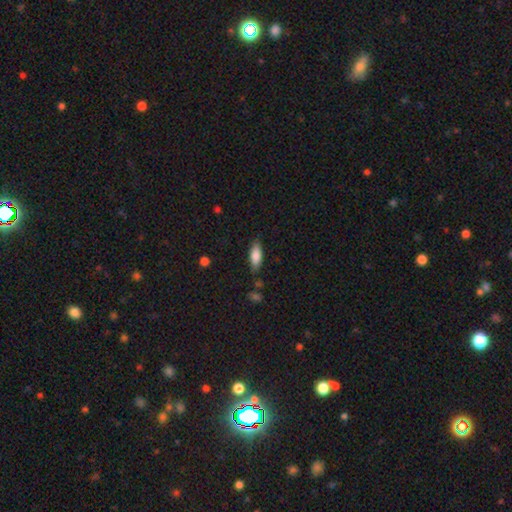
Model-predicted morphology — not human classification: Q: Smooth or featured?
A: smooth (82%); runner-up: featured or disk (11%)
Q: How rounded?
A: in between (73%); runner-up: cigar-shaped (25%)
Q: Merging?
A: none (81%); runner-up: minor disturbance (14%)